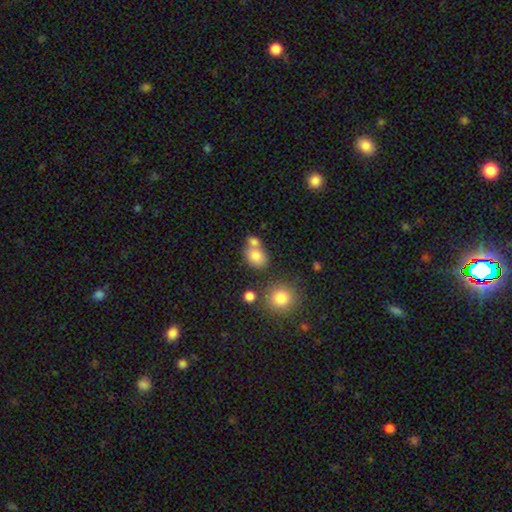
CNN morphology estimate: Smooth or featured?
  - smooth: 78% *
  - featured or disk: 11%
  - star or artifact: 11%
How rounded?
  - in between: 61% *
  - round: 38%
  - cigar-shaped: 1%
Merging?
  - none: 47% *
  - merger: 35%
  - minor disturbance: 13%
  - major disturbance: 5%